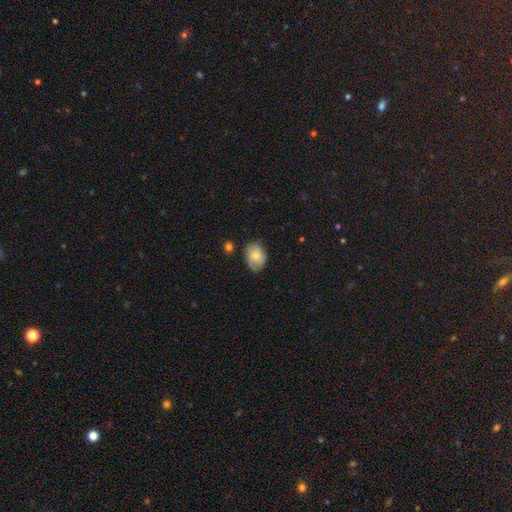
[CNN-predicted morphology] Overall: smooth (66%; featured or disk 27%). How rounded: in between (71%). Merging: none (63%; minor disturbance 29%).